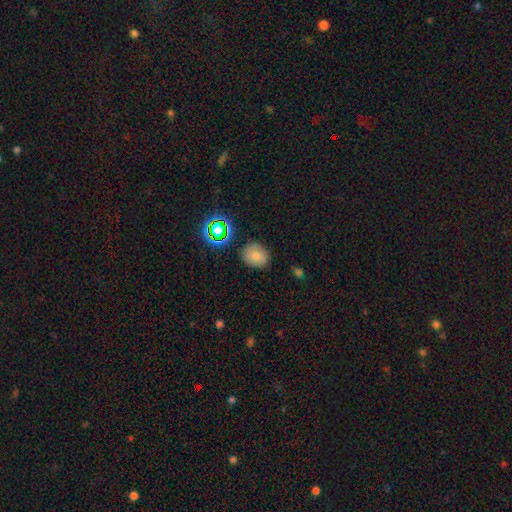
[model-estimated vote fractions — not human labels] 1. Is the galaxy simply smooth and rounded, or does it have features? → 74% smooth, 16% star or artifact, 10% featured or disk.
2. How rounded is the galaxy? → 59% round, 40% in between, 1% cigar-shaped.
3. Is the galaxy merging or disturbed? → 81% none, 14% minor disturbance, 3% major disturbance, 2% merger.